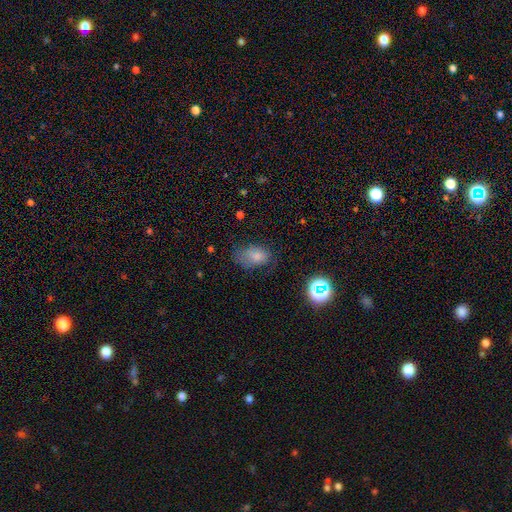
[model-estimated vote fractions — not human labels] Smooth or featured? Predicted: smooth (p=0.76). How rounded? Predicted: in between (p=0.88). Merging? Predicted: none (p=0.49).